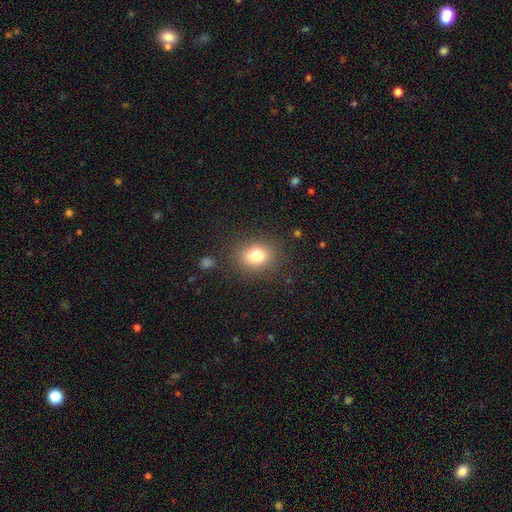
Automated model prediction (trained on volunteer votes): The model was most divided on "how rounded": round: 60%, in between: 39%, cigar-shaped: 1%. More confident: merging — none (84%); smooth or featured — smooth (79%).